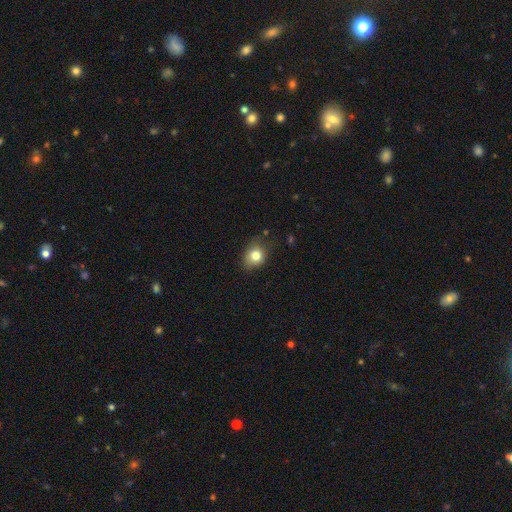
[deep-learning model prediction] Q: Smooth or featured?
A: smooth (80%); runner-up: star or artifact (11%)
Q: How rounded?
A: round (57%); runner-up: in between (42%)
Q: Merging?
A: none (67%); runner-up: minor disturbance (25%)